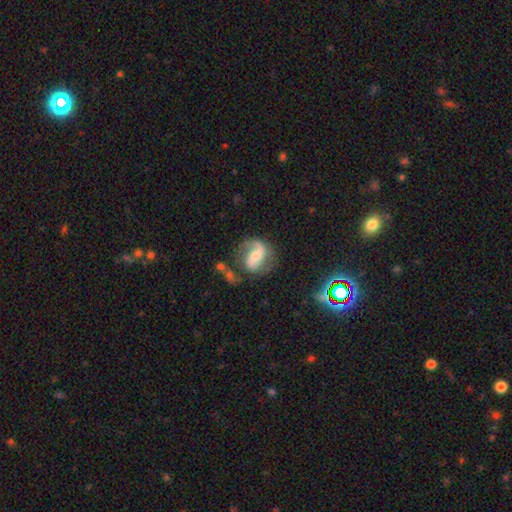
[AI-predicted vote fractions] Q: Smooth or featured?
A: featured or disk (71%); runner-up: smooth (21%)
Q: Edge-on disk?
A: no (97%); runner-up: yes (3%)
Q: Bar?
A: weak (39%); runner-up: no (33%)
Q: Spiral arms?
A: yes (89%); runner-up: no (11%)
Q: Spiral winding?
A: medium (42%); runner-up: loose (40%)
Q: Spiral arm count?
A: 2 (70%); runner-up: 1 (21%)
Q: Bulge size?
A: moderate (54%); runner-up: small (32%)
Q: Merging?
A: none (57%); runner-up: minor disturbance (21%)